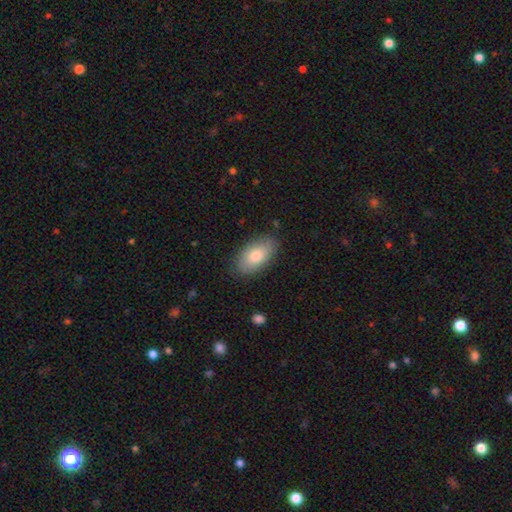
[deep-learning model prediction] Smooth or featured? smooth (79%)
How rounded? in between (93%)
Merging? none (84%)